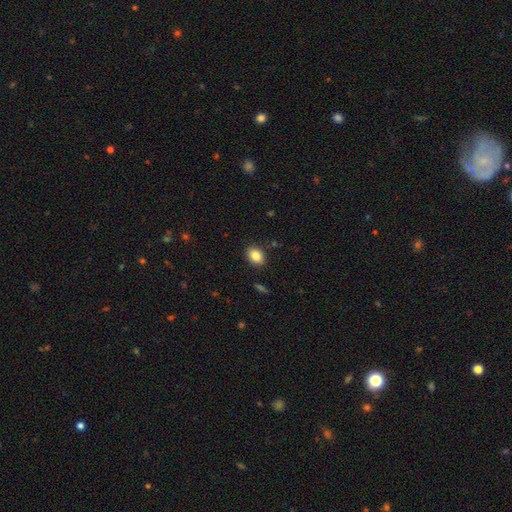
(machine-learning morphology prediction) The model was most divided on "how rounded": in between: 73%, round: 26%, cigar-shaped: 1%. More confident: merging — none (89%); smooth or featured — smooth (84%).